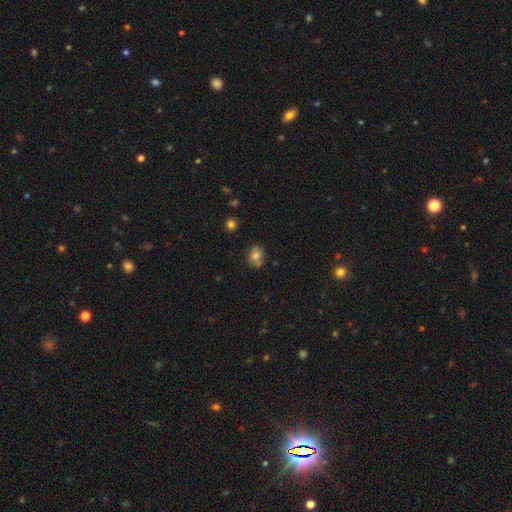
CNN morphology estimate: Smooth or featured? smooth (75%)
How rounded? round (55%)
Merging? none (67%)